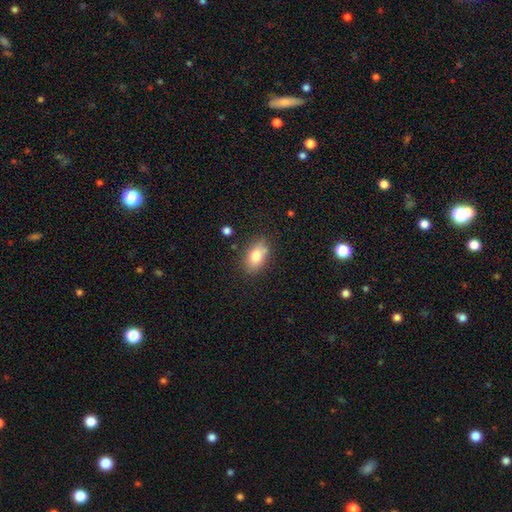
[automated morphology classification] This is likely a smooth galaxy (75%). How rounded: likely in between (80%). Merging: likely none (77%).